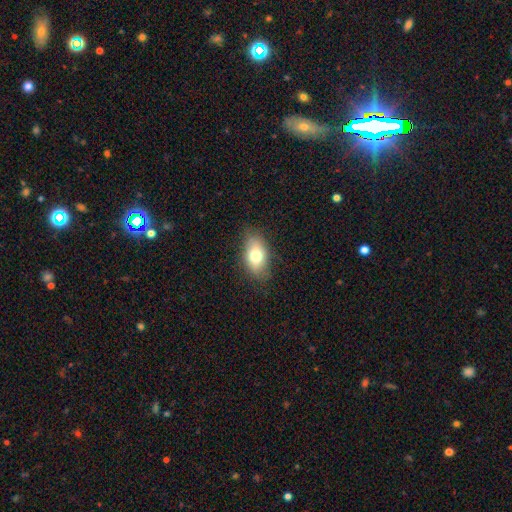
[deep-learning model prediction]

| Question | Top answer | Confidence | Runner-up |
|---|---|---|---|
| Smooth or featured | smooth | 73% | featured or disk (19%) |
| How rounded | in between | 88% | round (9%) |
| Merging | none | 79% | minor disturbance (16%) |